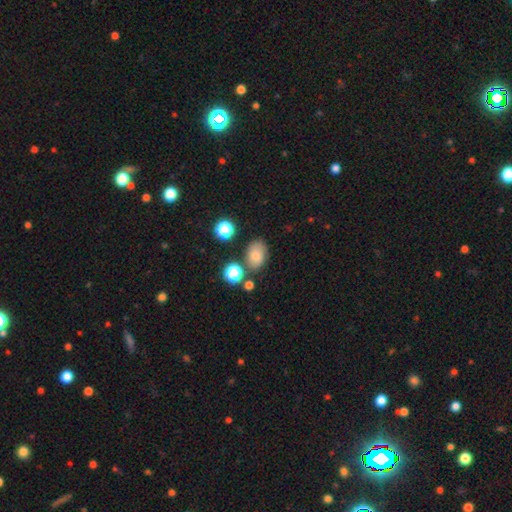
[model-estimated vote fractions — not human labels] This appears to be a smooth galaxy with no disk features (73%) that is in between round and cigar-shaped (74%). Merging: none (69%).